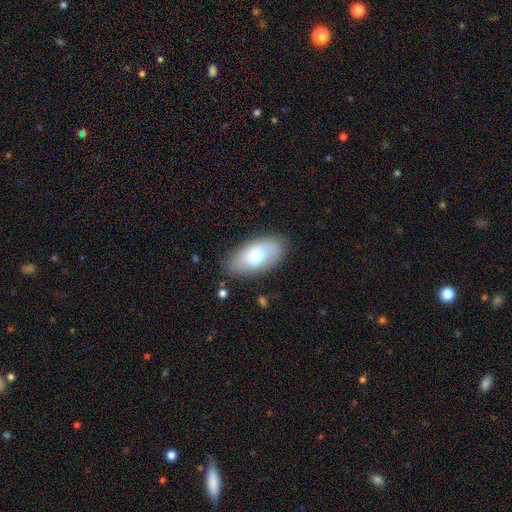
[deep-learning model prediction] Overall: smooth (58%; featured or disk 35%). How rounded: in between (94%). Merging: none (76%).